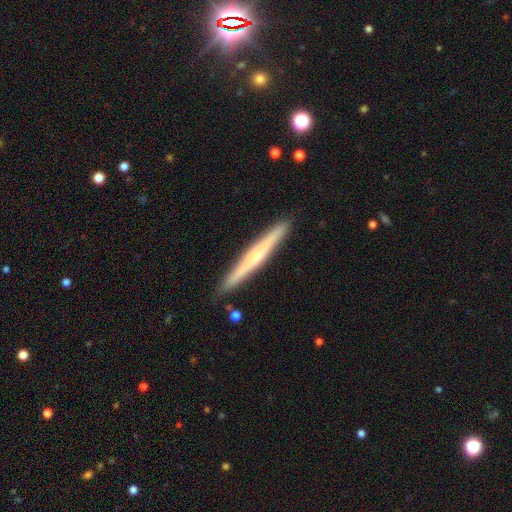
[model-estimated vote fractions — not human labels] Smooth or featured? featured or disk (61%)
Edge-on disk? yes (97%)
Edge-on bulge? rounded (60%)
Merging? none (90%)